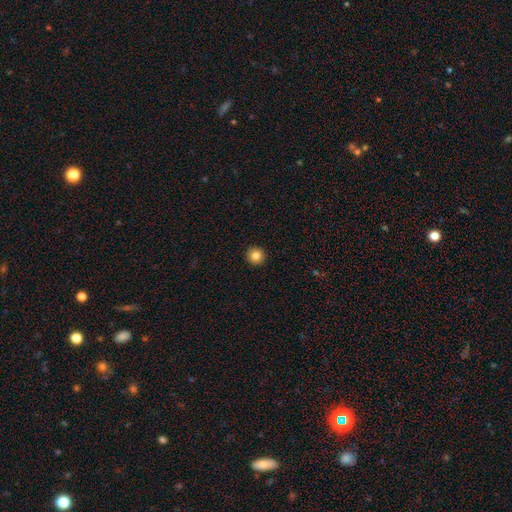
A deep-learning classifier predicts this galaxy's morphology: A smooth galaxy with no disk features (84%) that is round (95%). Merging: none (94%).